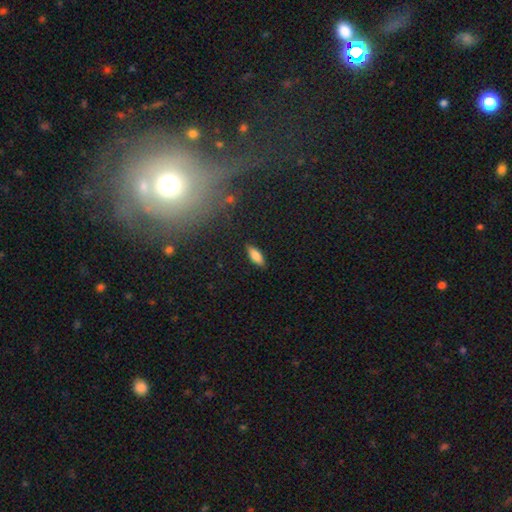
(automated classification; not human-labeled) Smooth or featured? Predicted: smooth (p=0.83). How rounded? Predicted: in between (p=0.76). Merging? Predicted: none (p=0.87).